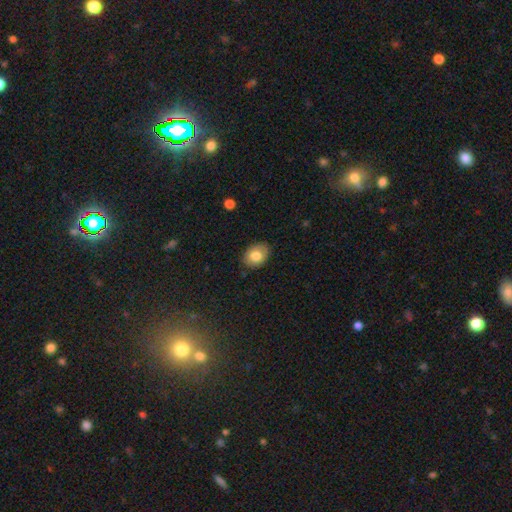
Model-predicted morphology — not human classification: type=smooth (80%); roundness=in between (71%); merging=none (84%).